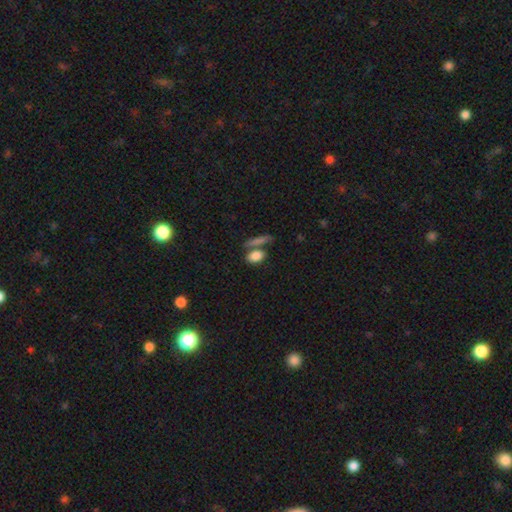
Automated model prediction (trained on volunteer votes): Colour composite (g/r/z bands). It shows a smooth galaxy with no disk features (84%) that is in between round and cigar-shaped (81%). Merging: none (54%).